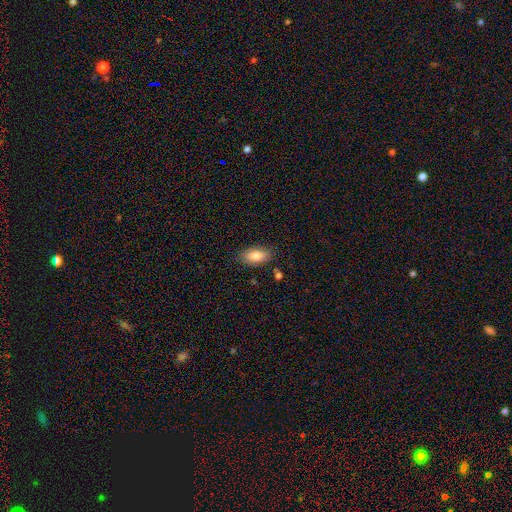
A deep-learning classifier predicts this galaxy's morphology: smooth_or_featured: smooth (p=0.84) [alt: featured or disk p=0.09]
how_rounded: in between (p=0.91) [alt: cigar-shaped p=0.06]
merging: none (p=0.83) [alt: minor disturbance p=0.12]